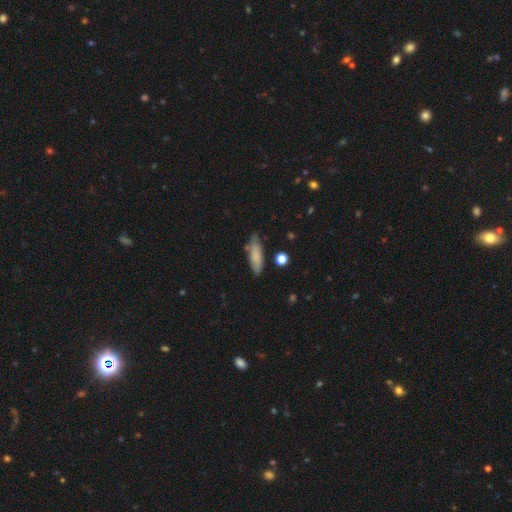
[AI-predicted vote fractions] Smooth or featured? Predicted: smooth (p=0.78). How rounded? Predicted: cigar-shaped (p=0.53). Merging? Predicted: none (p=0.71).